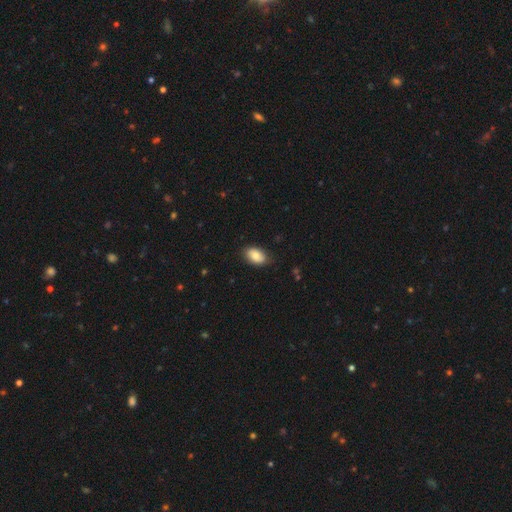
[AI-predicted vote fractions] Smooth or featured? smooth (82%)
How rounded? in between (91%)
Merging? none (82%)